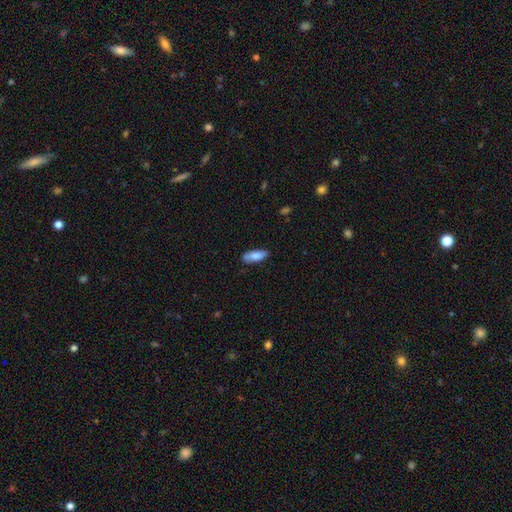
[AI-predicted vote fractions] The model was most divided on "how rounded": in between: 66%, cigar-shaped: 32%, round: 2%. More confident: smooth or featured — smooth (74%); merging — none (71%).